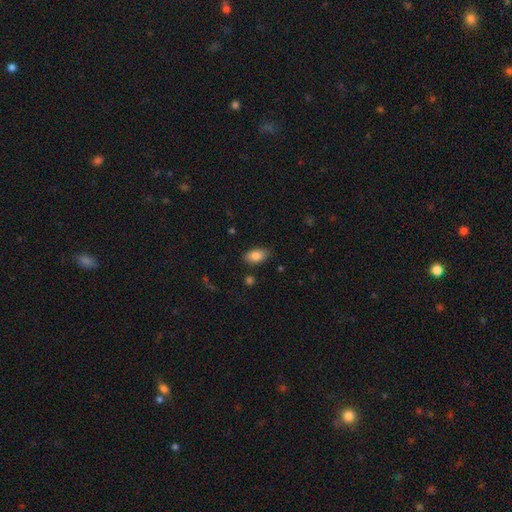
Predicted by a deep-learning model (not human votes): Morphology: type=smooth (83%); roundness=in between (92%); merging=none (83%).